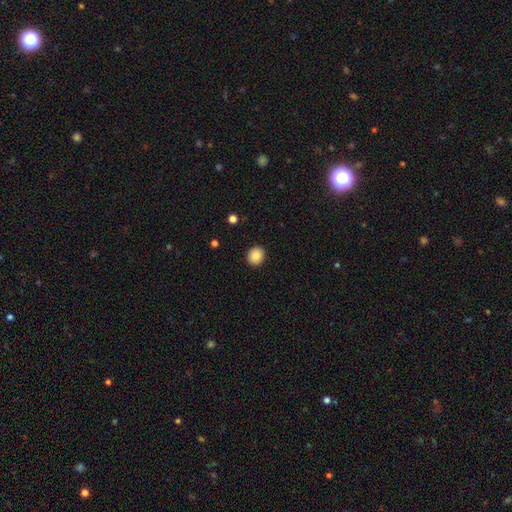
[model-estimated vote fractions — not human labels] Morphology: type=smooth (87%); roundness=round (82%); merging=none (92%).